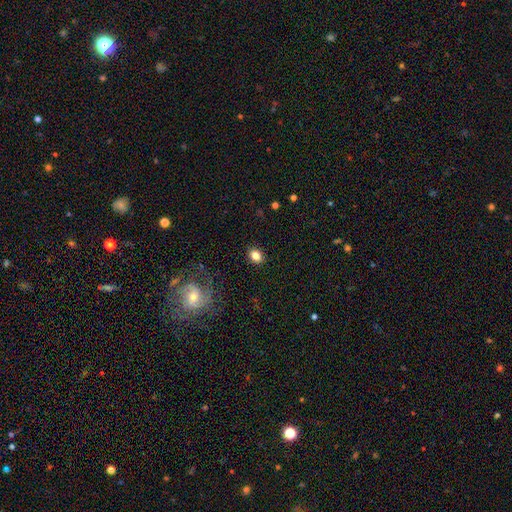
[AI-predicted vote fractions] Q: Smooth or featured?
A: smooth (82%); runner-up: star or artifact (10%)
Q: How rounded?
A: in between (55%); runner-up: round (44%)
Q: Merging?
A: none (88%); runner-up: minor disturbance (8%)